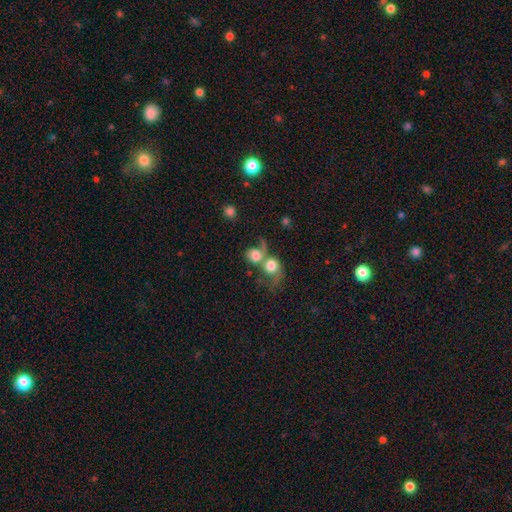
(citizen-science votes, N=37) Smooth or featured? smooth (68%)
How rounded? round (72%)
Merging? merger (53%)